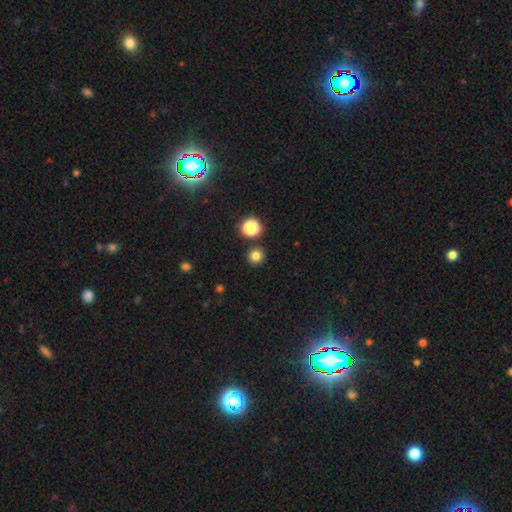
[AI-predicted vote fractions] smooth 79%, star or artifact 16%, featured or disk 5%. Down the decision tree: how rounded — round (92%); merging — none (88%).